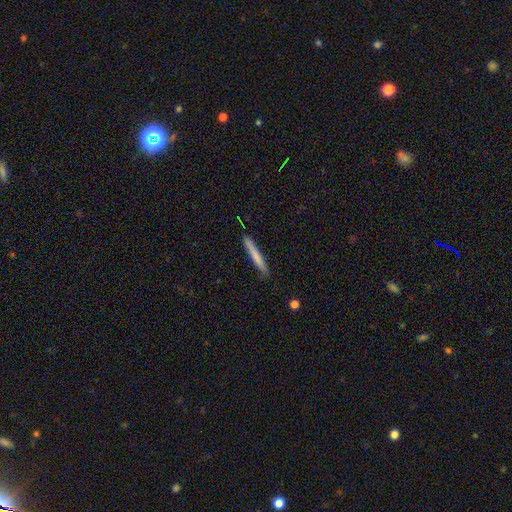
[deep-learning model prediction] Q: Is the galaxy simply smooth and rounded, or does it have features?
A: smooth — 72%.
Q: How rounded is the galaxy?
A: cigar-shaped — 97%.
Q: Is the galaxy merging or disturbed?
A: none — 90%.